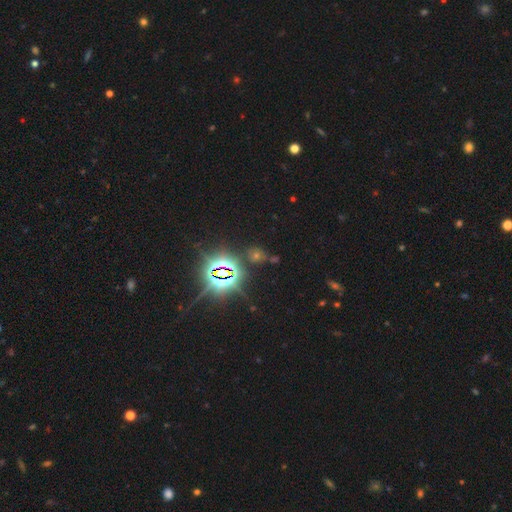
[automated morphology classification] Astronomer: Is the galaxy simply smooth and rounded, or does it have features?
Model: star or artifact — 77%.